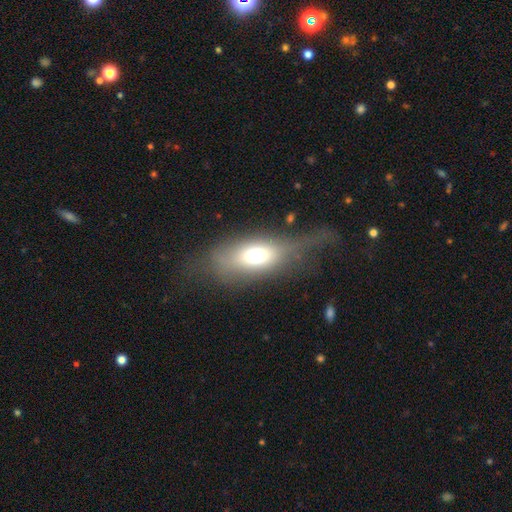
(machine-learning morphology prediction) The model was most divided on "merging": none: 43%, major disturbance: 31%, minor disturbance: 23%, merger: 3%. More confident: how rounded — in between (79%); smooth or featured — smooth (65%).